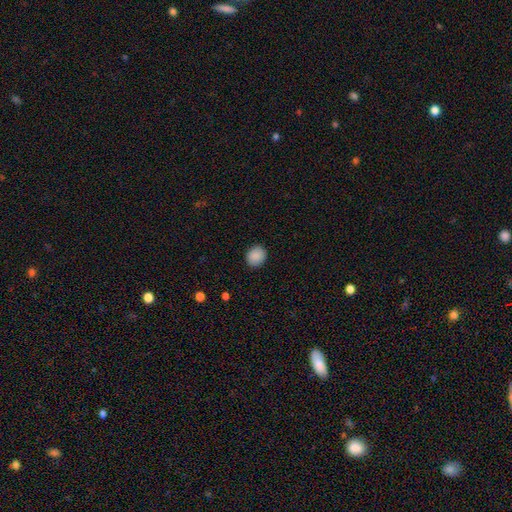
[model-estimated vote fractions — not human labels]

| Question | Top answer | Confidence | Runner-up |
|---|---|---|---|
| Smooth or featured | smooth | 89% | star or artifact (8%) |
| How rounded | round | 70% | in between (30%) |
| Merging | none | 89% | minor disturbance (8%) |